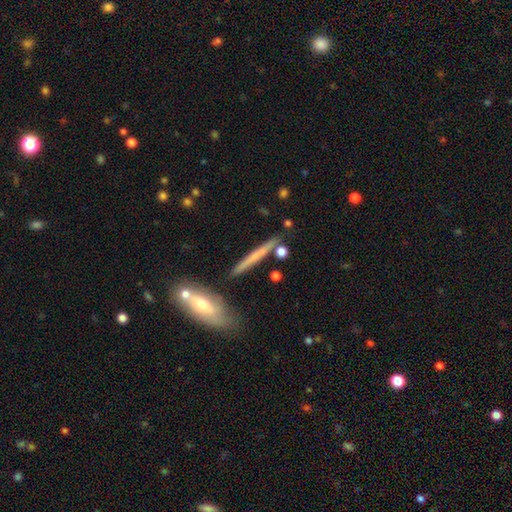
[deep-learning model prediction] This appears to be a smooth galaxy with no disk features (49%). Merging: none (81%).